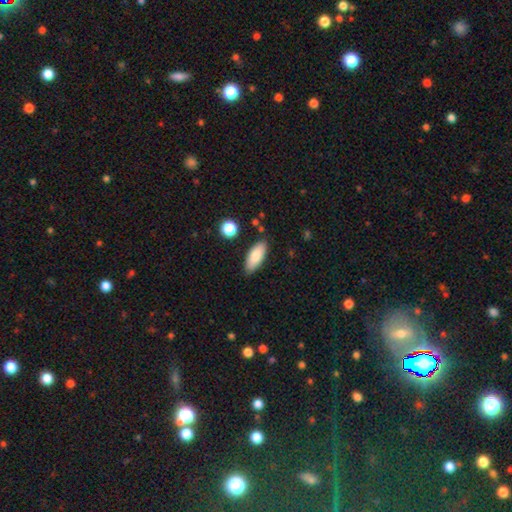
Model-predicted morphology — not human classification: Overall: smooth (82%). How rounded: in between (81%). Merging: none (84%).